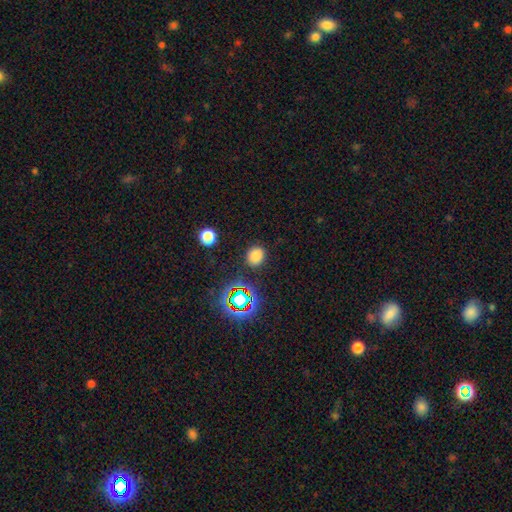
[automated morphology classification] Overall: smooth (76%). How rounded: round (67%; in between 32%). Merging: none (87%).